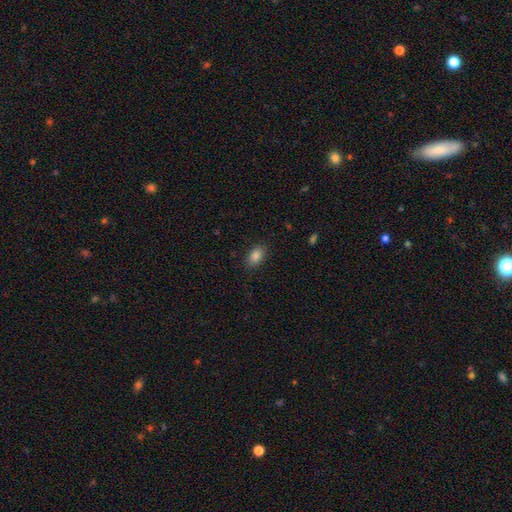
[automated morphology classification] Smooth or featured? smooth (86%)
How rounded? in between (90%)
Merging? none (87%)